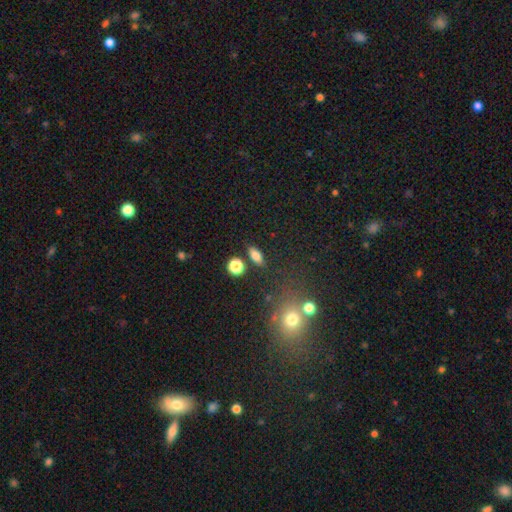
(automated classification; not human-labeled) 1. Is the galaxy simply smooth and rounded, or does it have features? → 76% smooth, 13% featured or disk, 11% star or artifact.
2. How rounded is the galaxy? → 77% in between, 14% cigar-shaped, 9% round.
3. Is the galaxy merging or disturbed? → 82% none, 10% minor disturbance, 5% merger, 3% major disturbance.